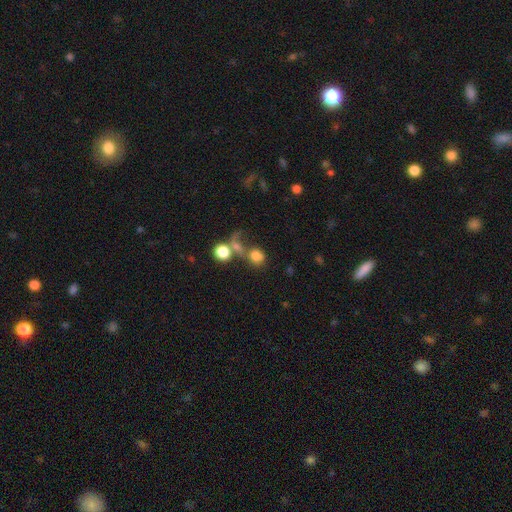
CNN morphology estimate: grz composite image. It shows a smooth galaxy with no disk features (71%) that is round (64%). Merging: merger (42%).